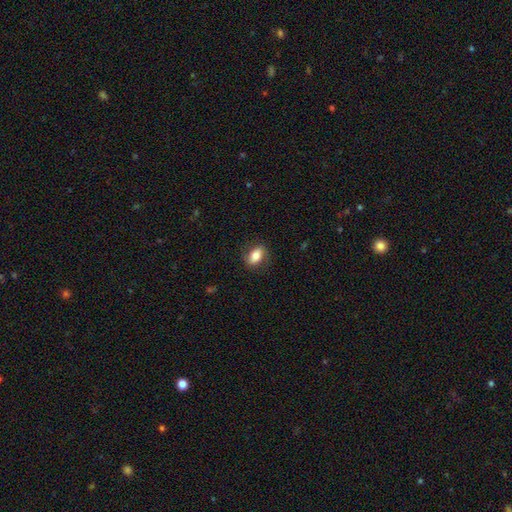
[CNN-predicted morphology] smooth 79%, featured or disk 14%, star or artifact 7%. Down the decision tree: how rounded — in between (85%); merging — none (82%).